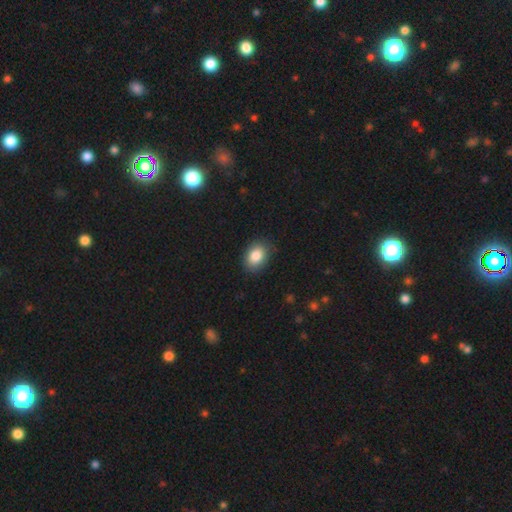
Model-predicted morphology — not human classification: smooth 85%, star or artifact 8%, featured or disk 7%. Down the decision tree: how rounded — in between (74%); merging — none (85%).